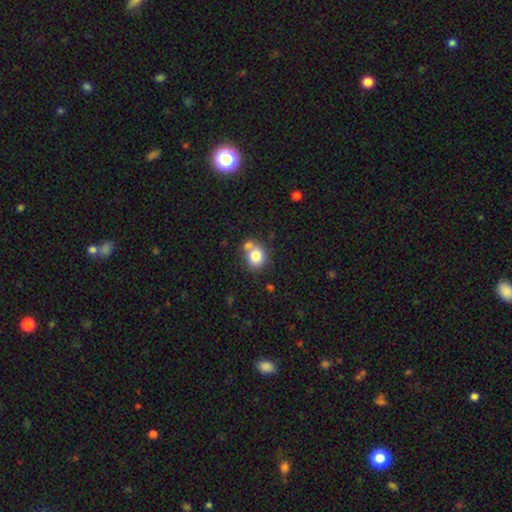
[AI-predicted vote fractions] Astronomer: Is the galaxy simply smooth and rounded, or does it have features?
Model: smooth — 80%.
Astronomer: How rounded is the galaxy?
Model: round — 71%.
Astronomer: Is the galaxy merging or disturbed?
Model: none — 53% (runner-up: merger, 30%).